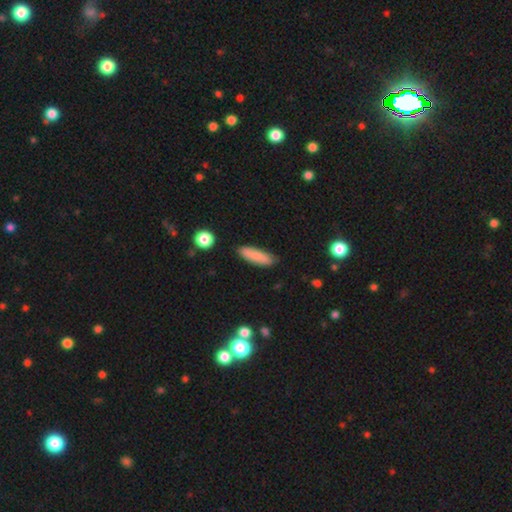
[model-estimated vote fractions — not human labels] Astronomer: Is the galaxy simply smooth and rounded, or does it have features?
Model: smooth — 84%.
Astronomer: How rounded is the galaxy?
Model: cigar-shaped — 59% (runner-up: in between, 39%).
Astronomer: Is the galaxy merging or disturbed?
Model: none — 84%.